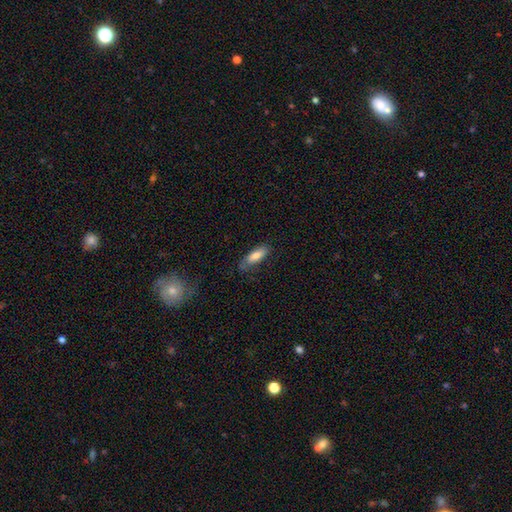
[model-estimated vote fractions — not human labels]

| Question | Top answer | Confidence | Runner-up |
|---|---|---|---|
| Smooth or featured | smooth | 76% | featured or disk (17%) |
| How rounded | in between | 62% | cigar-shaped (36%) |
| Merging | none | 67% | minor disturbance (24%) |